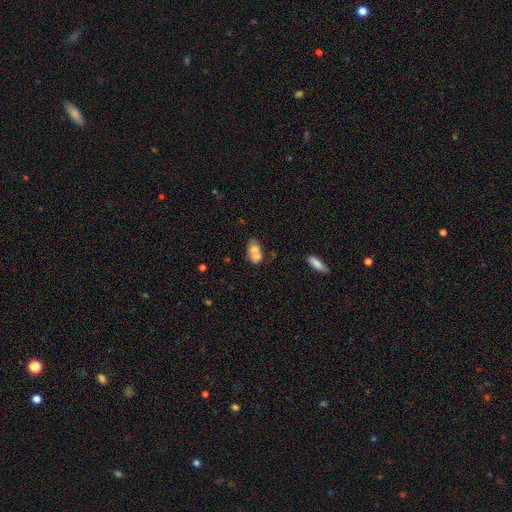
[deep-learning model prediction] smooth 65%, featured or disk 26%, star or artifact 9%. Down the decision tree: how rounded — in between (79%); merging — merger (54%).